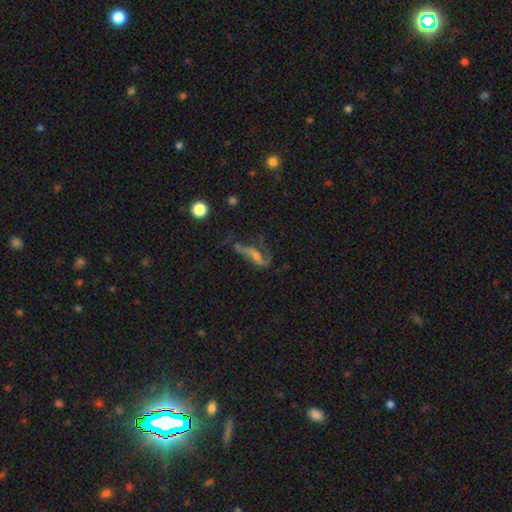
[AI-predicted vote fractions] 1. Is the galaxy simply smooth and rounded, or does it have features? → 64% featured or disk, 19% smooth, 17% star or artifact.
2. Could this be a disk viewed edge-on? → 79% no, 21% yes.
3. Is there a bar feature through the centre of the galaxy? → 46% no, 32% weak, 23% strong.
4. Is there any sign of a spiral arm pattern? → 76% yes, 24% no.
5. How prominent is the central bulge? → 52% small, 26% moderate, 17% none, 3% large, 2% dominant.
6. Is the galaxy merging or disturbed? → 41% none, 31% major disturbance, 20% minor disturbance, 8% merger.